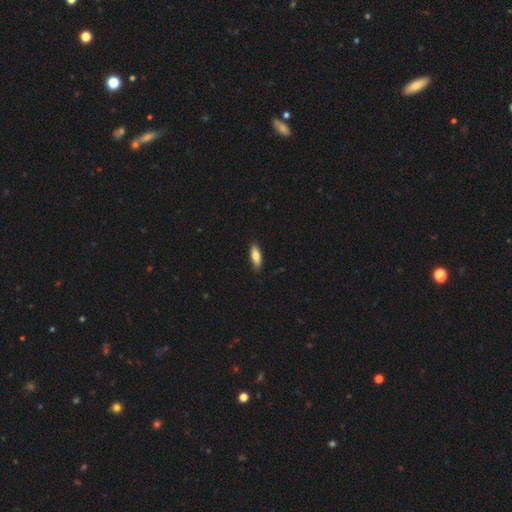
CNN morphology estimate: Smooth or featured: smooth — 81% (featured or disk — 13%)
How rounded: in between — 66% (cigar-shaped — 32%)
Merging: none — 87% (minor disturbance — 10%)